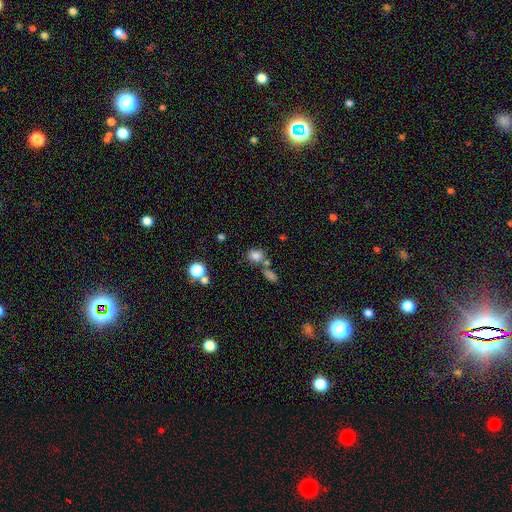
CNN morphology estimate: A smooth galaxy with no disk features (80%) that is round (54%). Merging: none (61%).